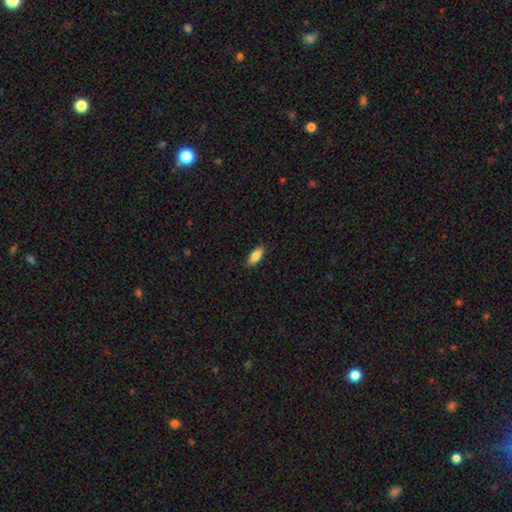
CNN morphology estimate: A smooth galaxy with no disk features (84%) that is in between round and cigar-shaped (78%).

Vote fractions:
- Smooth or featured? smooth: 84% / featured or disk: 10% / star or artifact: 6%
- How rounded? in between: 78% / cigar-shaped: 20% / round: 2%
- Merging? none: 88% / minor disturbance: 9% / major disturbance: 2% / merger: 1%